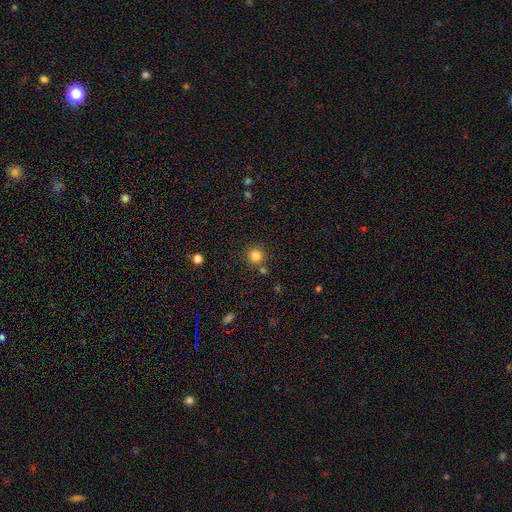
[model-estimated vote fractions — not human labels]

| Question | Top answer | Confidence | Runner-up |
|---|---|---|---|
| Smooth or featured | smooth | 83% | star or artifact (12%) |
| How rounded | round | 93% | in between (6%) |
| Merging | none | 80% | merger (9%) |